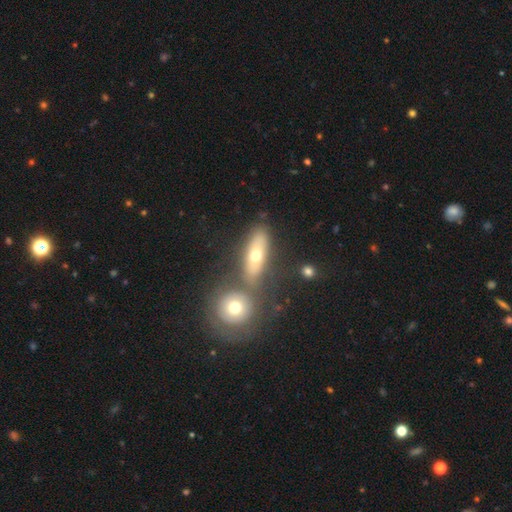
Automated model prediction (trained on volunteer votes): Smooth or featured? Predicted: smooth (p=0.55). How rounded? Predicted: in between (p=0.59). Merging? Predicted: none (p=0.60).